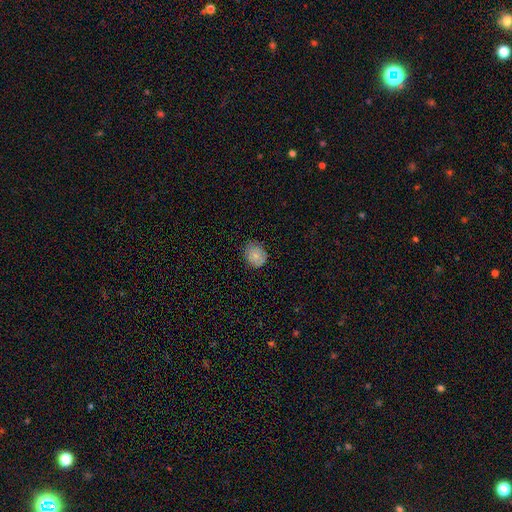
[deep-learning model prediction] smooth-or-featured: smooth: 80% | featured or disk: 12% | star or artifact: 8%
  how-rounded: round: 61% | in between: 38% | cigar-shaped: 1%
  merging: none: 75% | minor disturbance: 21% | major disturbance: 4% | merger: 1%